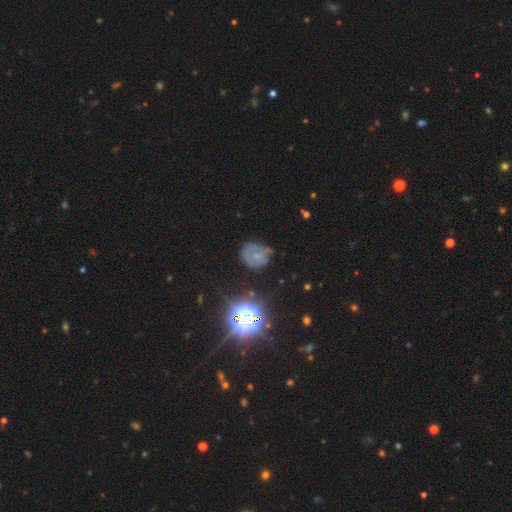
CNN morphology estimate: smooth-or-featured: featured or disk: 38% | smooth: 37% | star or artifact: 26%
  merging: none: 57% | minor disturbance: 26% | major disturbance: 14% | merger: 3%